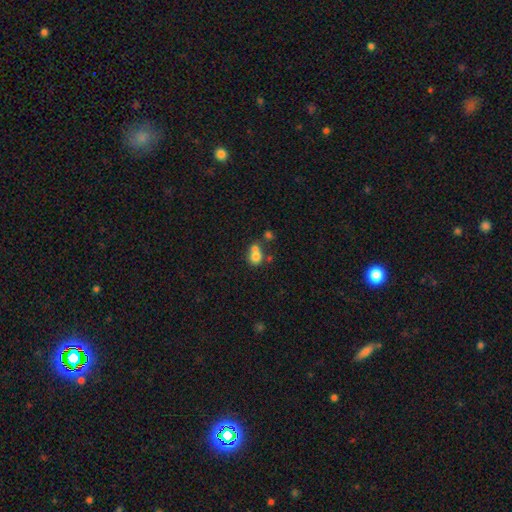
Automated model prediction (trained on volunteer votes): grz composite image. It shows a smooth galaxy with no disk features (74%) that is round (60%). Merging: merger (54%).